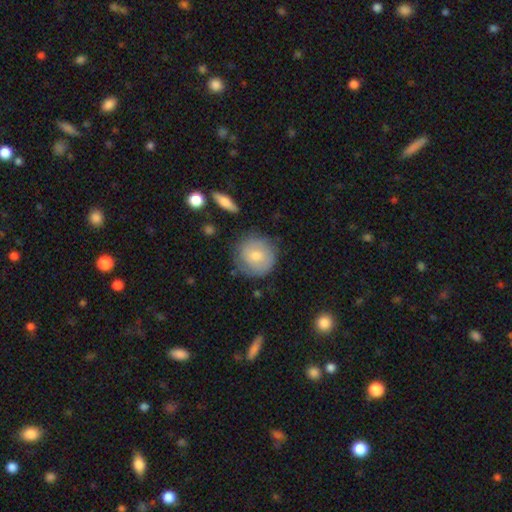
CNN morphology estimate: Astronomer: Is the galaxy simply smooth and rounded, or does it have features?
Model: smooth — 60%.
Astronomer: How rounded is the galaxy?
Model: round — 90%.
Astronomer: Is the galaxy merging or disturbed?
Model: none — 77%.